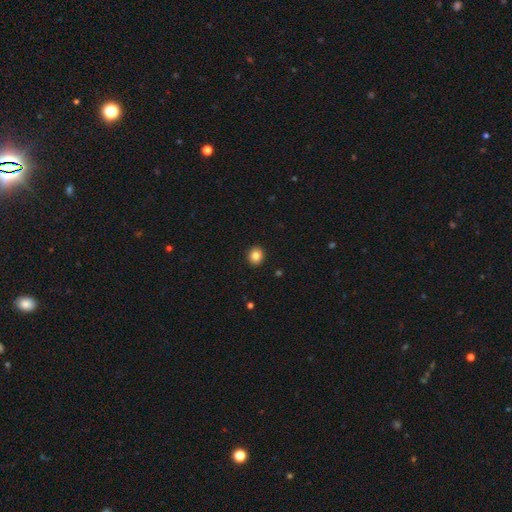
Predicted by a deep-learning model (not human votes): Q: Smooth or featured?
A: smooth (85%); runner-up: star or artifact (10%)
Q: How rounded?
A: round (86%); runner-up: in between (13%)
Q: Merging?
A: none (93%); runner-up: minor disturbance (5%)